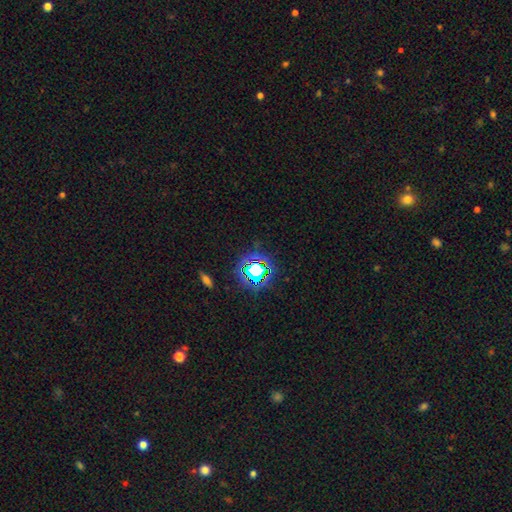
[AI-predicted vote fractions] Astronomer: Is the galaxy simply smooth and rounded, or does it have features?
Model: star or artifact — 76%.